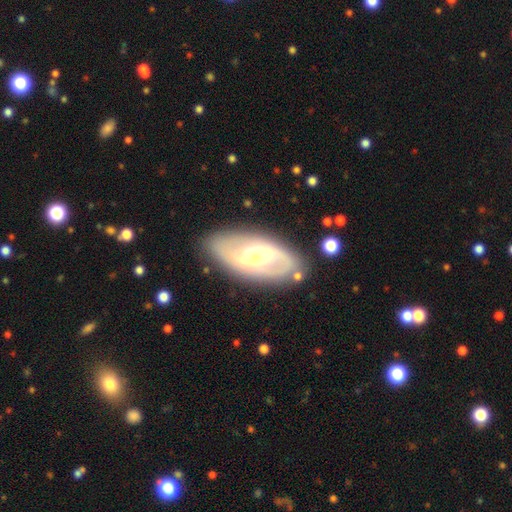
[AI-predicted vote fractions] Smooth or featured: featured or disk — 73% (smooth — 21%)
Edge-on disk: no — 92% (yes — 8%)
Bar: weak — 45% (no — 33%)
Spiral arms: yes — 84% (no — 16%)
Spiral winding: medium — 41% (loose — 34%)
Spiral arm count: 2 — 84% (can't tell — 10%)
Bulge size: moderate — 60% (large — 19%)
Merging: none — 83% (minor disturbance — 11%)